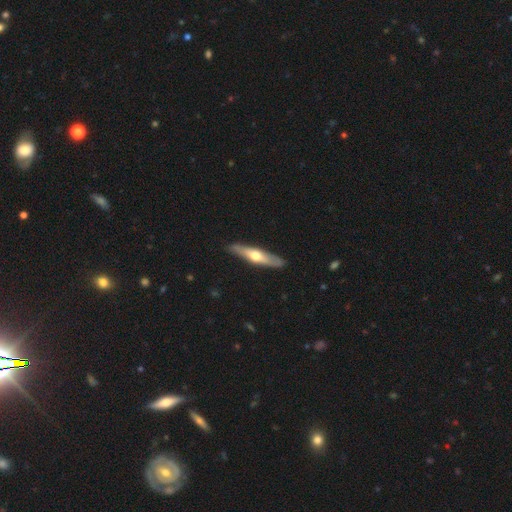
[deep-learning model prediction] This appears to be a featured or disk galaxy (54%) viewed edge-on (87%). Merging: none (88%).